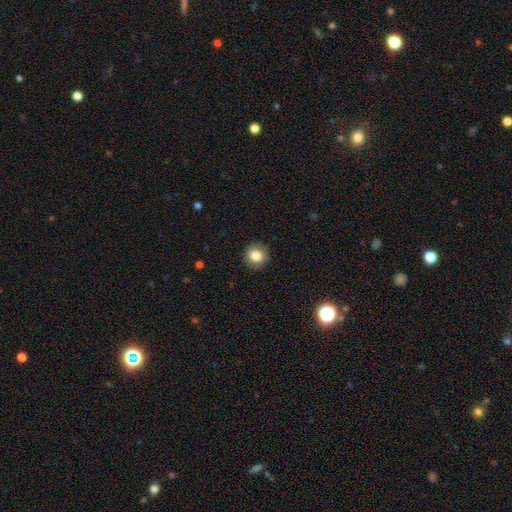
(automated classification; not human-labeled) A smooth galaxy with no disk features (82%) that is round (90%).

Vote fractions:
- Smooth or featured? smooth: 82% / star or artifact: 9% / featured or disk: 8%
- How rounded? round: 90% / in between: 9% / cigar-shaped: 1%
- Merging? none: 89% / minor disturbance: 7% / major disturbance: 2% / merger: 1%